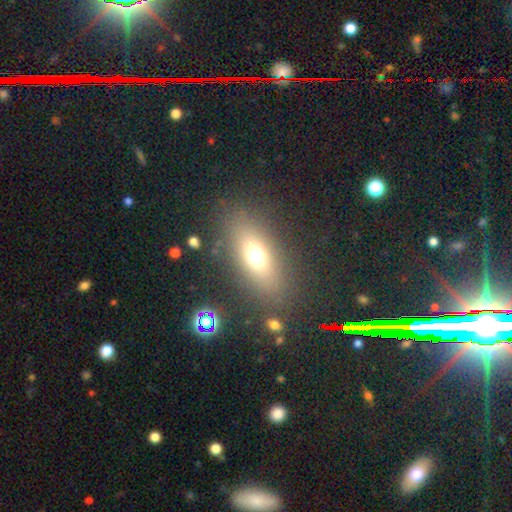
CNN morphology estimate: A smooth galaxy with no disk features (65%) that is in between round and cigar-shaped (73%).

Vote fractions:
- Smooth or featured? smooth: 65% / featured or disk: 19% / star or artifact: 15%
- How rounded? in between: 73% / cigar-shaped: 14% / round: 13%
- Merging? none: 83% / minor disturbance: 9% / major disturbance: 6% / merger: 2%